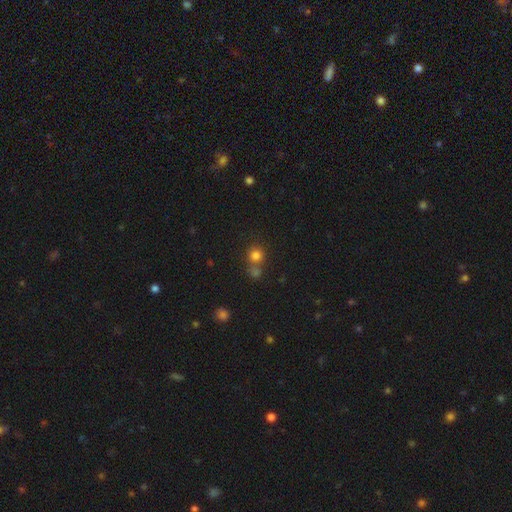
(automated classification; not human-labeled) Smooth or featured? smooth (79%)
How rounded? round (90%)
Merging? none (59%)